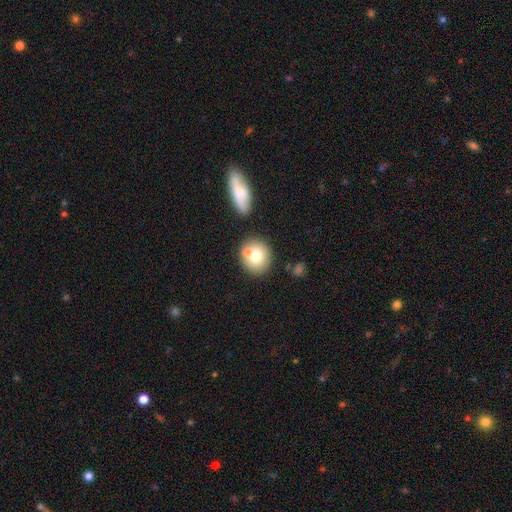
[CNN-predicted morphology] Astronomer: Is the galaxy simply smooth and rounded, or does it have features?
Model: smooth — 71%.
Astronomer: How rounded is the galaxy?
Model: round — 85%.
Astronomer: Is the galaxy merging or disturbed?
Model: none — 61%.